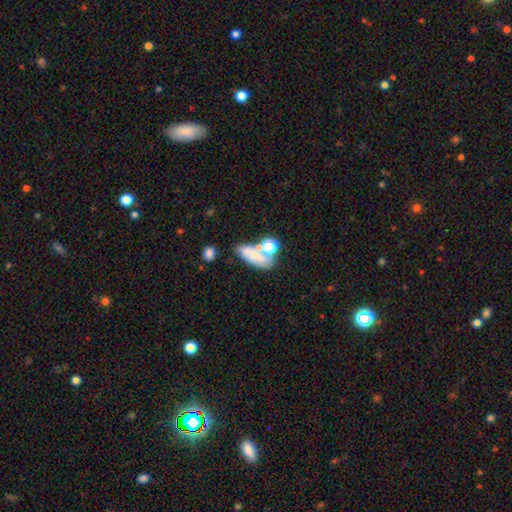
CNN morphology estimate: This appears to be a smooth galaxy with no disk features (56%) that is in between round and cigar-shaped (75%). Merging: none (38%).